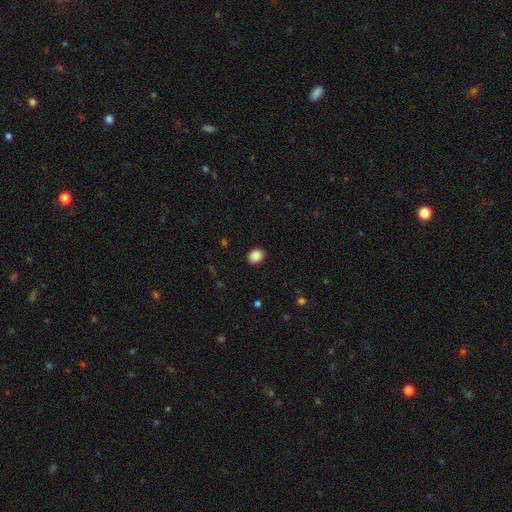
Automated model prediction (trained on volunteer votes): This appears to be a smooth galaxy with no disk features (88%) that is round (62%). Merging: none (90%).